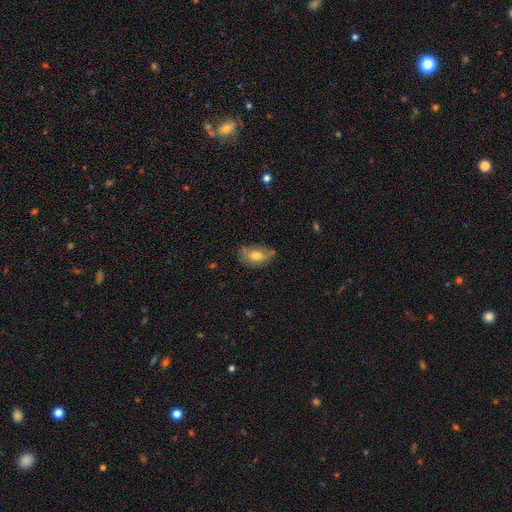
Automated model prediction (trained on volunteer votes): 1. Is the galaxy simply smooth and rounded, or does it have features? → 65% smooth, 26% featured or disk, 9% star or artifact.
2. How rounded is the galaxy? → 88% in between, 9% round, 3% cigar-shaped.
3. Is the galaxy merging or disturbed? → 63% none, 27% minor disturbance, 6% major disturbance, 3% merger.